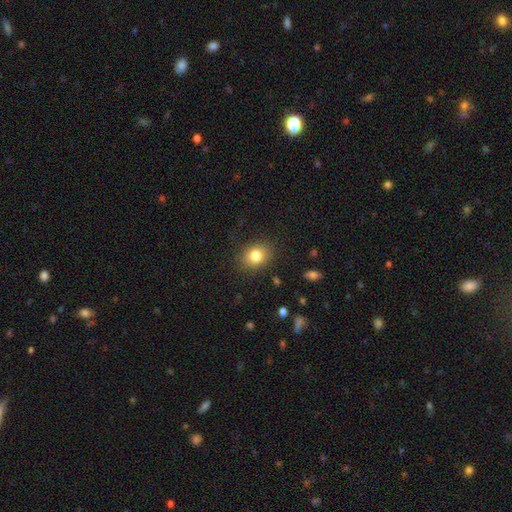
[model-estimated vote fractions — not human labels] Overall: smooth (81%). How rounded: in between (50%; round 49%). Merging: none (85%).